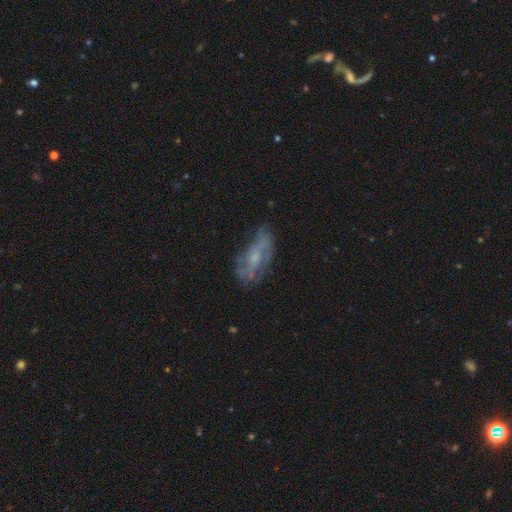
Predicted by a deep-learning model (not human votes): Morphology: type=featured or disk (57%); edge-on=no (88%); bar=no (67%); spiral arms=no (52%); bulge=small (46%); merging=none (55%).